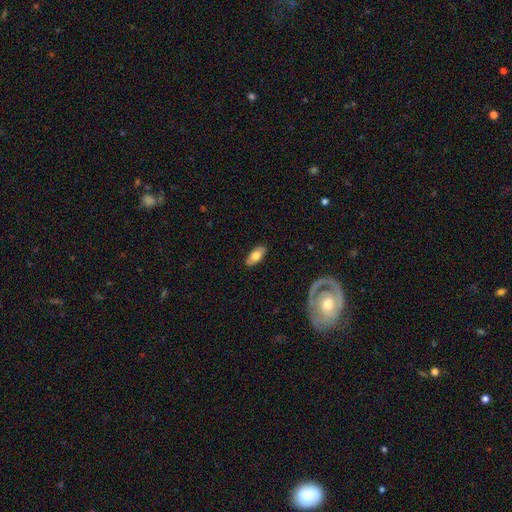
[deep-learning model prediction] A smooth galaxy with no disk features (68%) that is in between round and cigar-shaped (89%).

Vote fractions:
- Smooth or featured? smooth: 68% / featured or disk: 25% / star or artifact: 6%
- How rounded? in between: 89% / cigar-shaped: 8% / round: 3%
- Merging? none: 87% / minor disturbance: 10% / major disturbance: 2% / merger: 1%